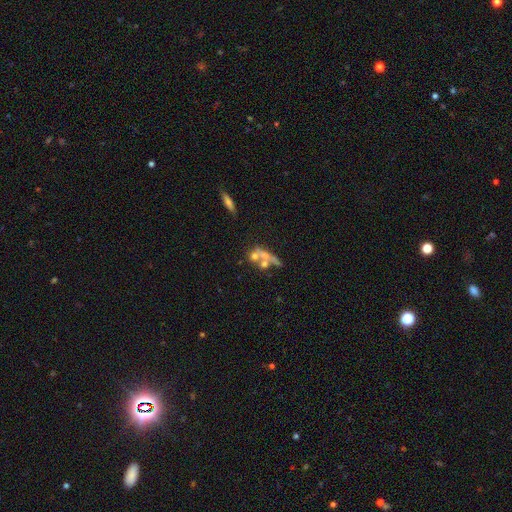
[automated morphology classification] Q: Smooth or featured?
A: featured or disk (44%); runner-up: smooth (41%)
Q: Merging?
A: merger (49%); runner-up: none (27%)